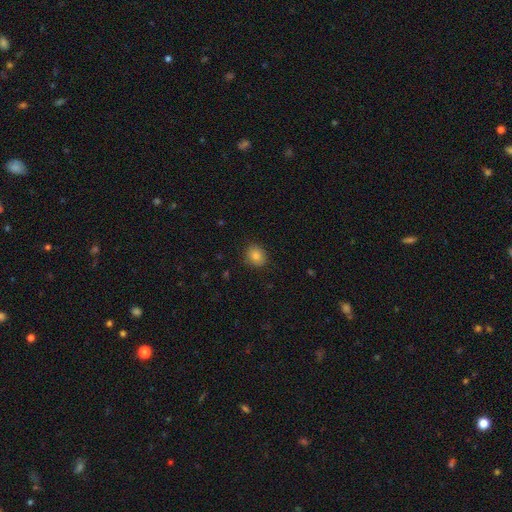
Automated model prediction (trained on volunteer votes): Smooth or featured? Predicted: smooth (p=0.85). How rounded? Predicted: round (p=0.71). Merging? Predicted: none (p=0.86).